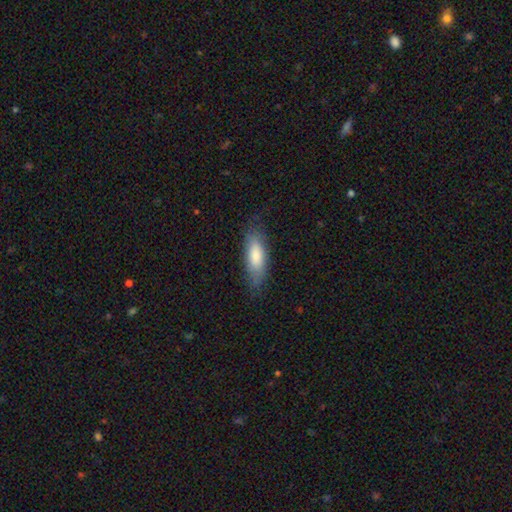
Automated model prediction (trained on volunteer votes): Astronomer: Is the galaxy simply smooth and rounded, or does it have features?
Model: smooth — 79%.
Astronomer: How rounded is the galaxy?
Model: in between — 65%.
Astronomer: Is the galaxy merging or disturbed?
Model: none — 74%.